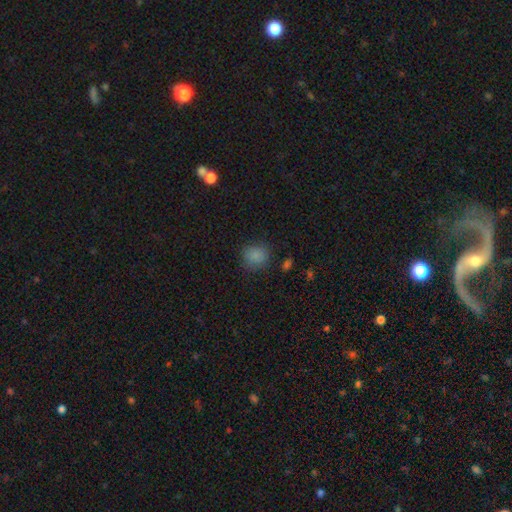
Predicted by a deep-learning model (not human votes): A smooth galaxy with no disk features (84%) that is round (82%).

Vote fractions:
- Smooth or featured? smooth: 84% / star or artifact: 11% / featured or disk: 5%
- How rounded? round: 82% / in between: 17% / cigar-shaped: 1%
- Merging? none: 79% / minor disturbance: 14% / major disturbance: 4% / merger: 2%